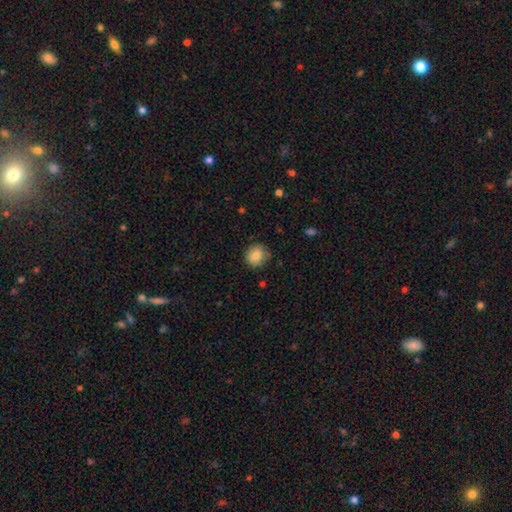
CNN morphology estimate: A smooth galaxy with no disk features (84%) that is round (82%).

Vote fractions:
- Smooth or featured? smooth: 84% / star or artifact: 8% / featured or disk: 7%
- How rounded? round: 82% / in between: 17% / cigar-shaped: 1%
- Merging? none: 81% / minor disturbance: 14% / major disturbance: 3% / merger: 1%